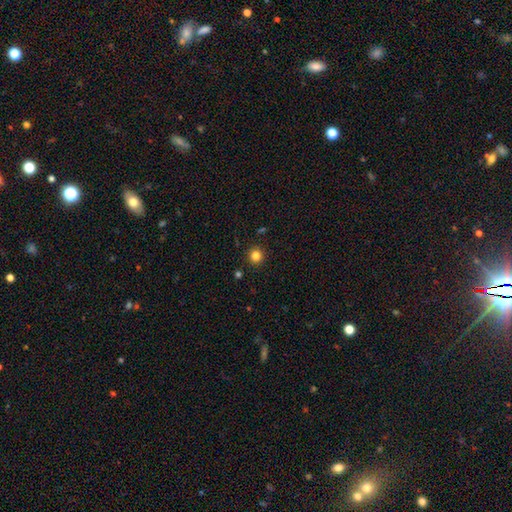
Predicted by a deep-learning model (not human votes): Smooth or featured: smooth — 83% (star or artifact — 13%)
How rounded: round — 92% (in between — 7%)
Merging: none — 91% (minor disturbance — 5%)